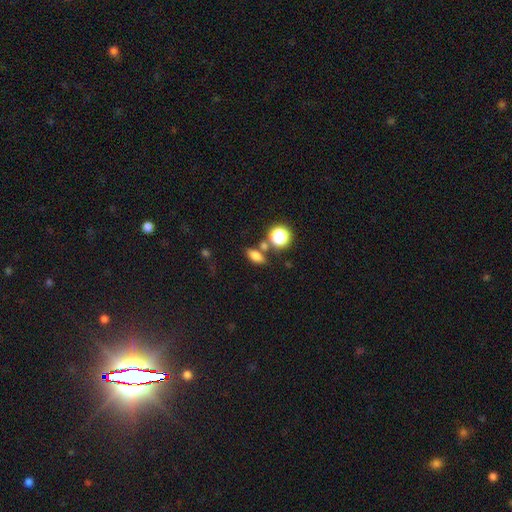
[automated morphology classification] This is likely a smooth galaxy (75%). How rounded: likely in between (70%). Merging: likely none (69%).